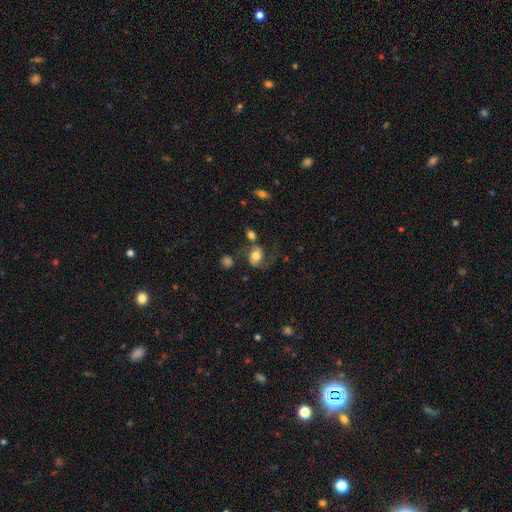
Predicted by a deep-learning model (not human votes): This is possibly a smooth galaxy (60%). How rounded: likely in between (63%). Merging: marginally none (44%).